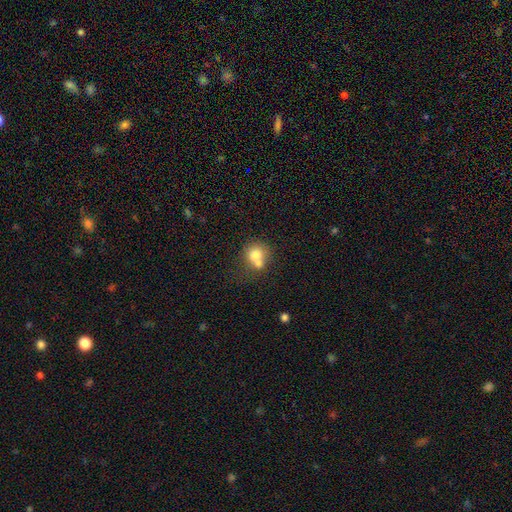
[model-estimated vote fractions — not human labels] This appears to be a smooth galaxy with no disk features (73%) that is round (79%). Merging: merger (48%).